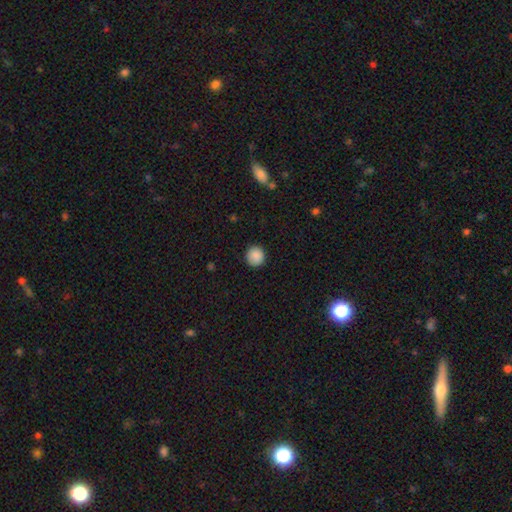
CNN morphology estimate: Smooth or featured? smooth (89%)
How rounded? round (93%)
Merging? none (90%)